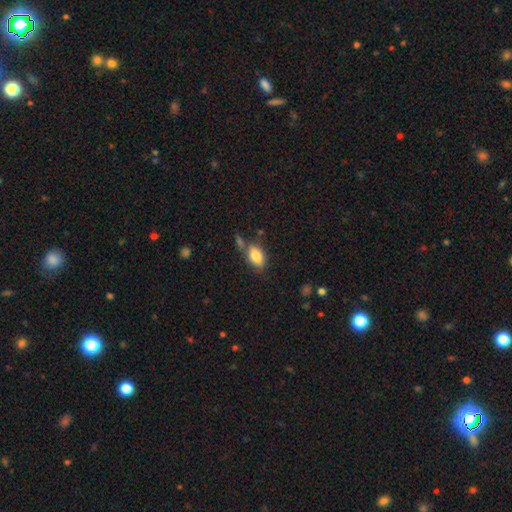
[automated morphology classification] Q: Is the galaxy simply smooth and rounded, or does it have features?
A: smooth — 80%.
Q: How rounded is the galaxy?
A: in between — 88%.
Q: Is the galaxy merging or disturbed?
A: none — 57%.